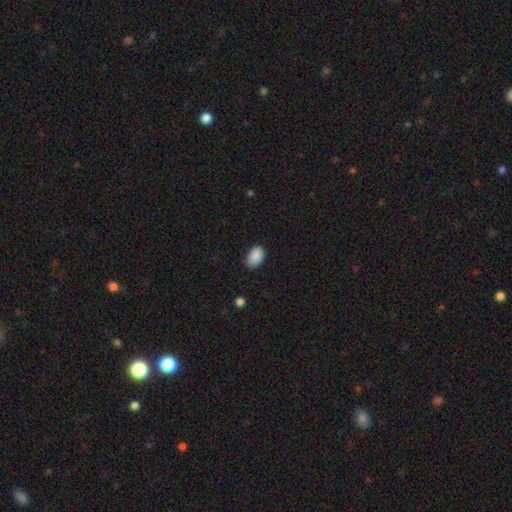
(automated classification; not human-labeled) Overall: smooth (88%). How rounded: in between (86%). Merging: none (72%).